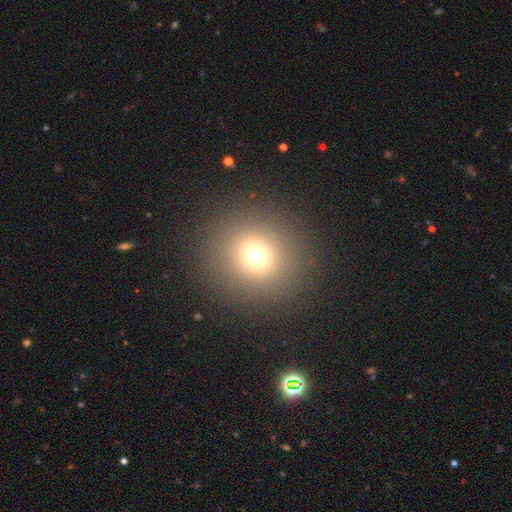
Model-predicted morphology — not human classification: Overall: smooth (70%). How rounded: round (92%). Merging: none (90%).